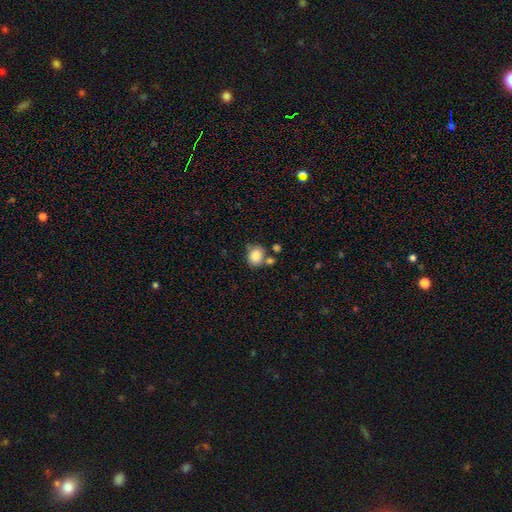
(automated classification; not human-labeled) smooth-or-featured: smooth: 85% | star or artifact: 9% | featured or disk: 6%
  how-rounded: round: 59% | in between: 40% | cigar-shaped: 1%
  merging: none: 61% | merger: 18% | minor disturbance: 16% | major disturbance: 5%